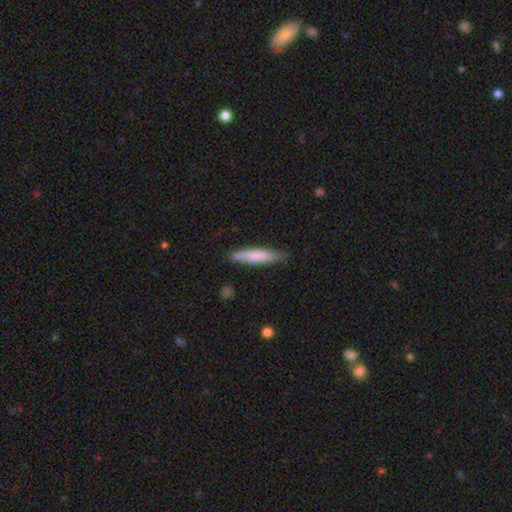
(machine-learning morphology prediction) Smooth or featured? Predicted: smooth (p=0.76). How rounded? Predicted: cigar-shaped (p=0.86). Merging? Predicted: none (p=0.81).